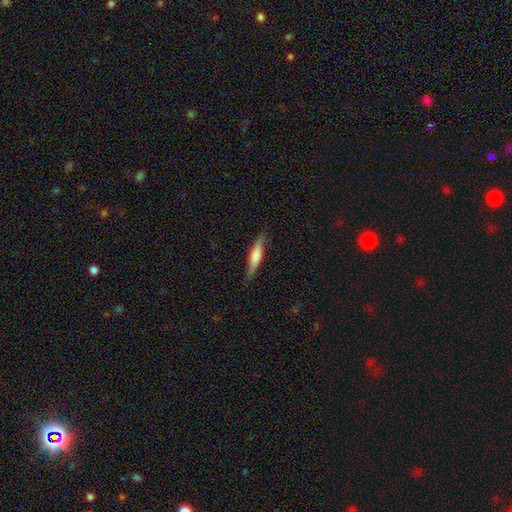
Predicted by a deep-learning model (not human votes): A smooth galaxy with no disk features (60%) that is cigar-shaped (84%). Merging: none (86%).